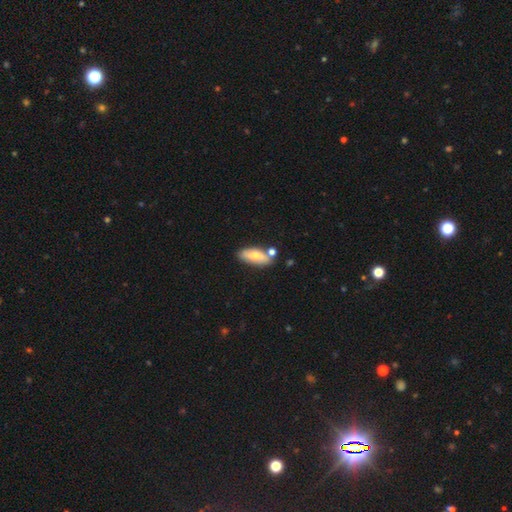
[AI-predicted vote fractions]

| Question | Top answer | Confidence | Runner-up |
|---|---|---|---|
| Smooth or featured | smooth | 55% | featured or disk (38%) |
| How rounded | in between | 71% | cigar-shaped (26%) |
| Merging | none | 69% | minor disturbance (15%) |